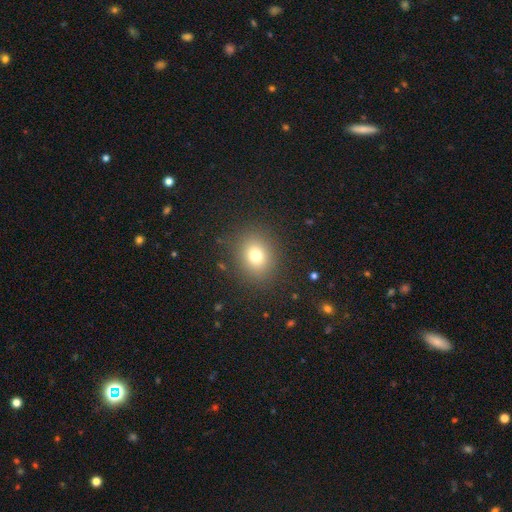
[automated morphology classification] A smooth galaxy with no disk features (76%) that is round (60%). Merging: none (87%).